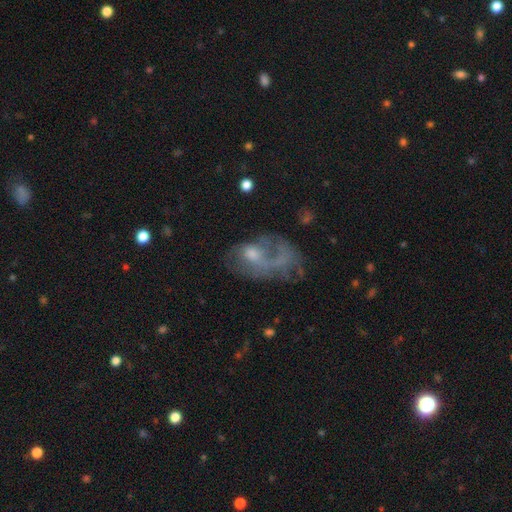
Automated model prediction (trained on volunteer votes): A featured or disk galaxy (57%) with no bar (77%), no spiral arms (54%) and a moderate central bulge (39%). Merging: major disturbance (46%).